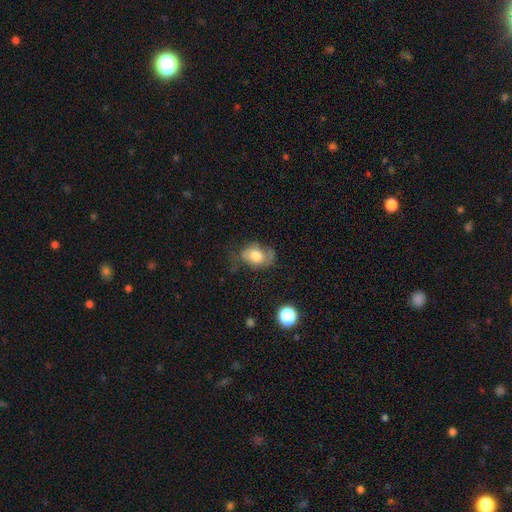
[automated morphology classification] A smooth galaxy with no disk features (61%) that is in between round and cigar-shaped (70%). Merging: none (43%).